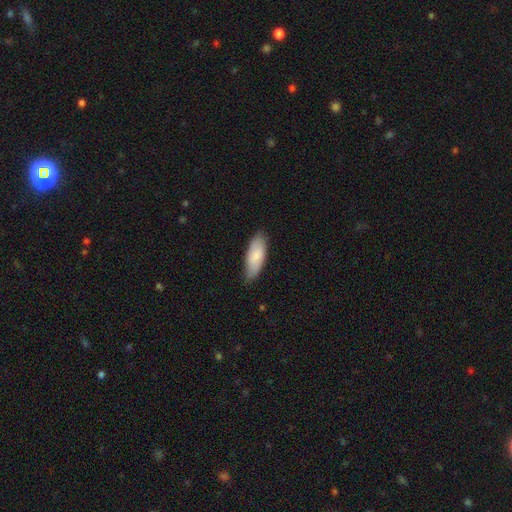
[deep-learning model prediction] This appears to be a smooth galaxy with no disk features (83%) that is in between round and cigar-shaped (74%). Merging: none (79%).